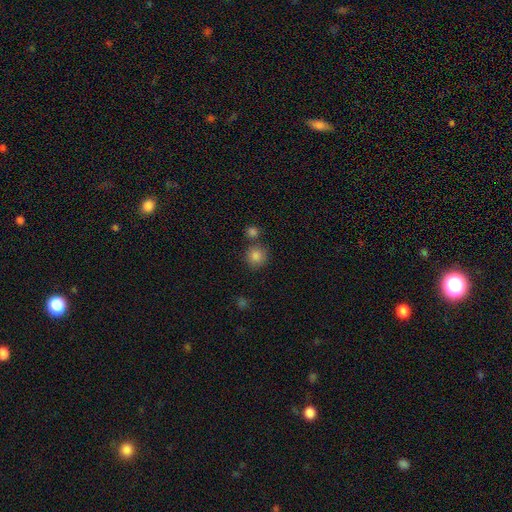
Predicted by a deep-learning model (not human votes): Smooth or featured?
  - smooth: 85% *
  - star or artifact: 10%
  - featured or disk: 5%
How rounded?
  - round: 90% *
  - in between: 9%
  - cigar-shaped: 1%
Merging?
  - none: 71% *
  - merger: 17%
  - minor disturbance: 9%
  - major disturbance: 3%